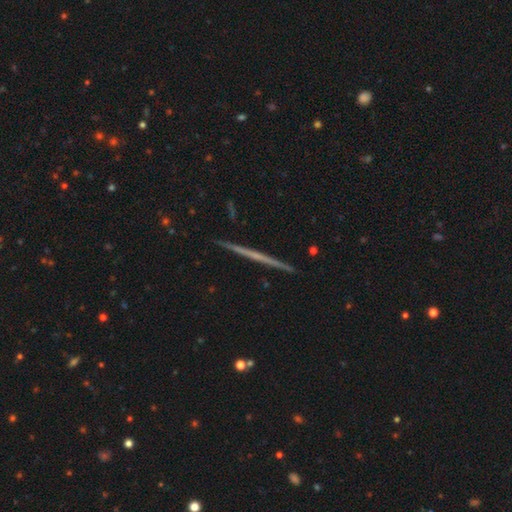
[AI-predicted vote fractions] Smooth or featured?
  - featured or disk: 69% *
  - smooth: 25%
  - star or artifact: 6%
Edge-on disk?
  - yes: 98% *
  - no: 2%
Edge-on bulge?
  - none: 75% *
  - rounded: 20%
  - boxy: 5%
Merging?
  - none: 93% *
  - minor disturbance: 5%
  - merger: 1%
  - major disturbance: 1%